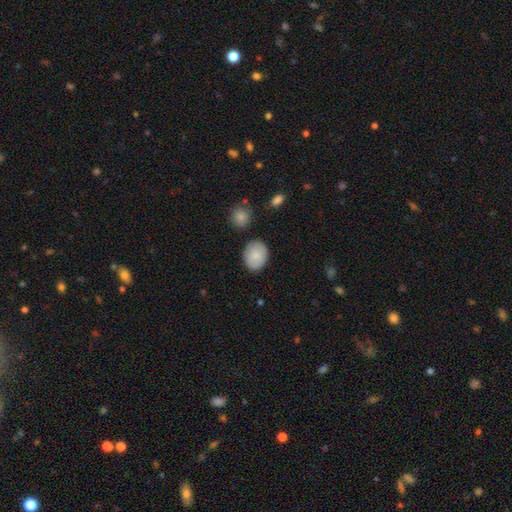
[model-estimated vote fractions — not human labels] Q: Smooth or featured?
A: smooth (86%); runner-up: featured or disk (8%)
Q: How rounded?
A: in between (58%); runner-up: round (41%)
Q: Merging?
A: none (84%); runner-up: minor disturbance (11%)